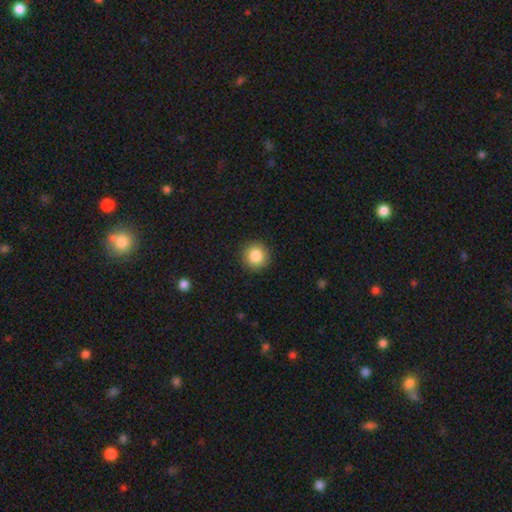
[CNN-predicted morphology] smooth 85%, star or artifact 9%, featured or disk 5%. Down the decision tree: how rounded — round (94%); merging — none (92%).